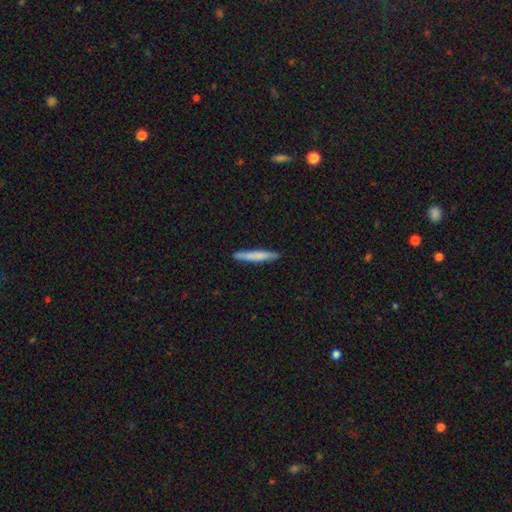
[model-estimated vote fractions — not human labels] The model was most divided on "smooth or featured": smooth: 71%, featured or disk: 24%, star or artifact: 5%. More confident: how rounded — cigar-shaped (95%); merging — none (88%).